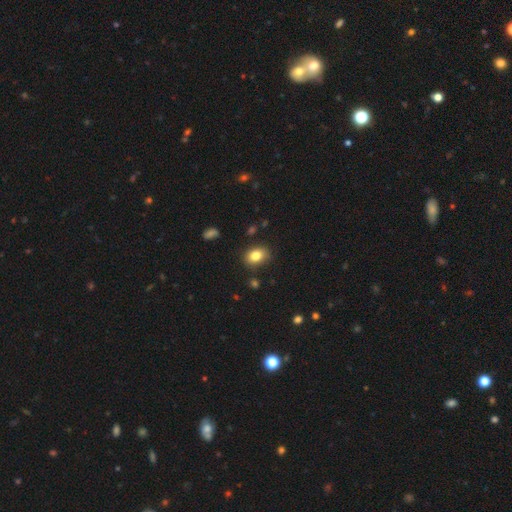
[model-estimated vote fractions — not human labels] This is clearly a smooth galaxy (82%). How rounded: likely in between (73%). Merging: clearly none (83%).